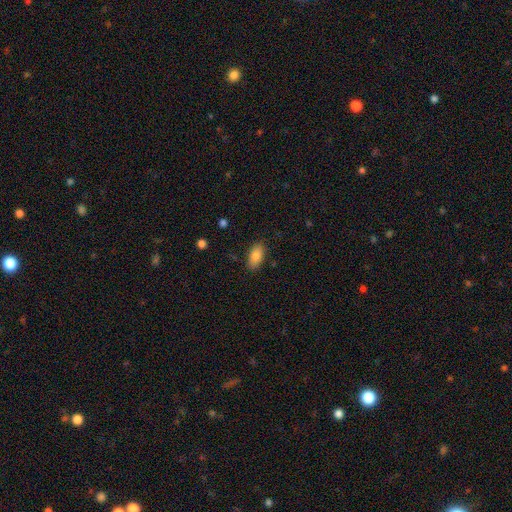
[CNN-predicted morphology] The model was most divided on "smooth or featured": smooth: 84%, featured or disk: 9%, star or artifact: 7%. More confident: how rounded — in between (92%); merging — none (86%).